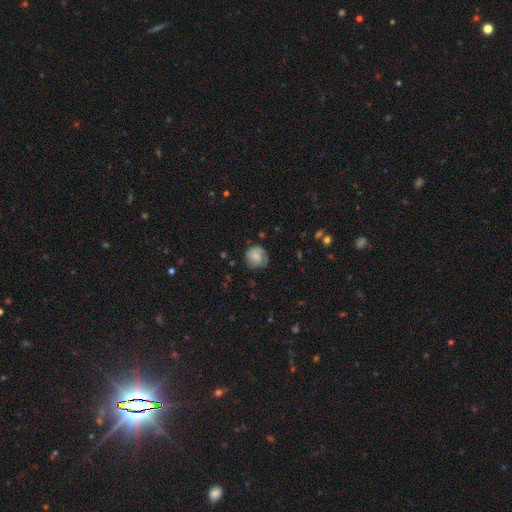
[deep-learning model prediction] Smooth or featured? Predicted: smooth (p=0.58). How rounded? Predicted: round (p=0.87). Merging? Predicted: none (p=0.67).